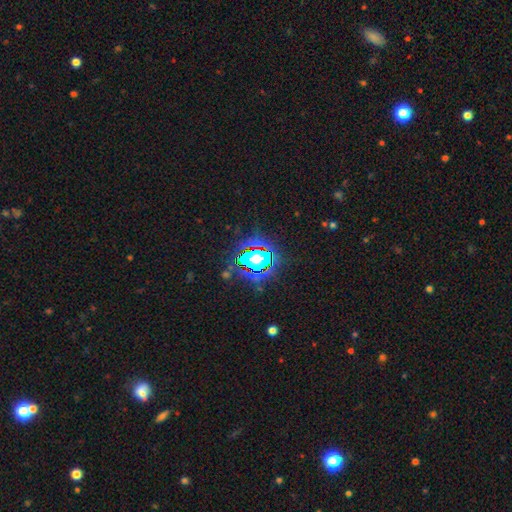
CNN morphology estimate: Smooth or featured?
  - star or artifact: 69% *
  - smooth: 19%
  - featured or disk: 12%